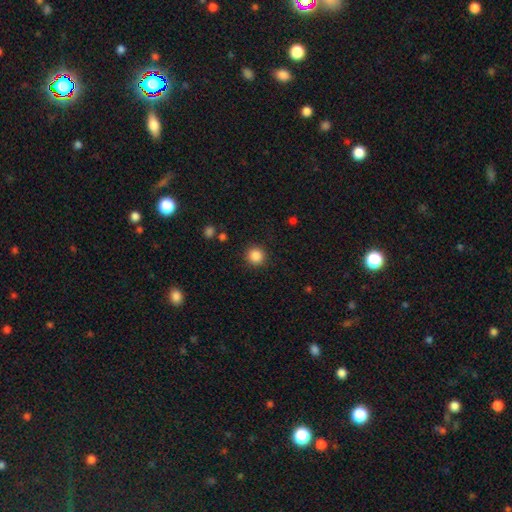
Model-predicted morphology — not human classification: smooth_or_featured: smooth (p=0.86) [alt: star or artifact p=0.10]
how_rounded: round (p=0.94) [alt: in between p=0.05]
merging: none (p=0.91) [alt: minor disturbance p=0.06]